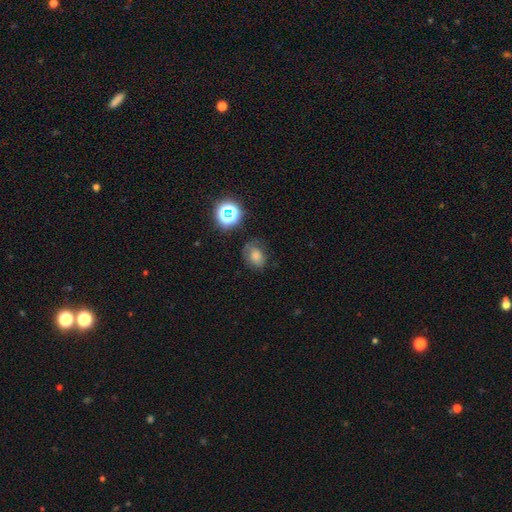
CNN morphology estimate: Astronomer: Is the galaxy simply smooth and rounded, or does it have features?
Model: smooth — 68%.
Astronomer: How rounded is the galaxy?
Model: in between — 62%.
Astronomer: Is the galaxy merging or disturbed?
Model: none — 62%.